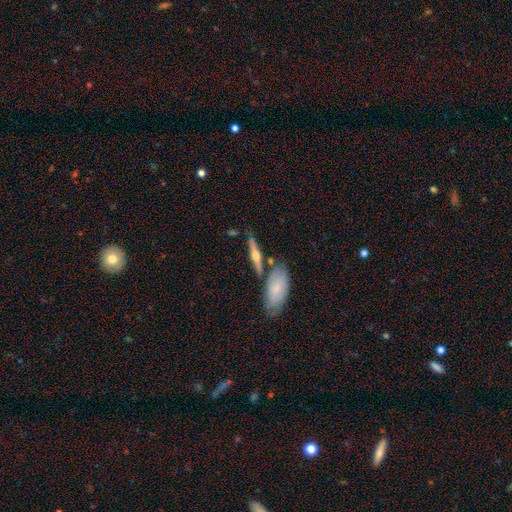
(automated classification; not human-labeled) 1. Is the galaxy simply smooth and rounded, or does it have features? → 58% featured or disk, 36% smooth, 6% star or artifact.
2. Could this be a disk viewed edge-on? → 94% yes, 6% no.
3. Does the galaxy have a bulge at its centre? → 93% rounded, 3% none, 3% boxy.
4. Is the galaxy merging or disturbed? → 72% none, 12% merger, 12% minor disturbance, 3% major disturbance.